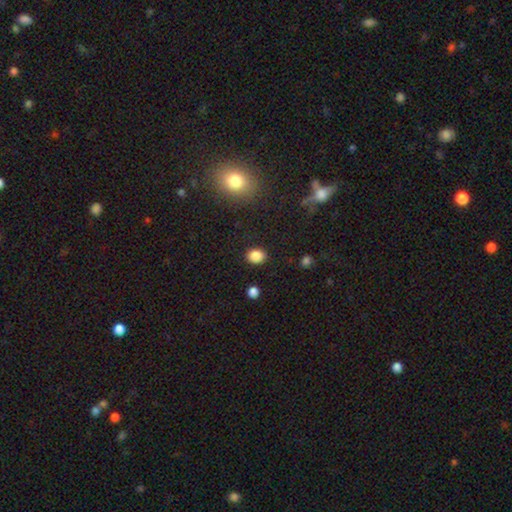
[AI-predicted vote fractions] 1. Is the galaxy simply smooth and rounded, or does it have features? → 86% smooth, 10% star or artifact, 4% featured or disk.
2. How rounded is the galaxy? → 51% in between, 48% round, 1% cigar-shaped.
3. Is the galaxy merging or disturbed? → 88% none, 8% minor disturbance, 3% major disturbance, 1% merger.